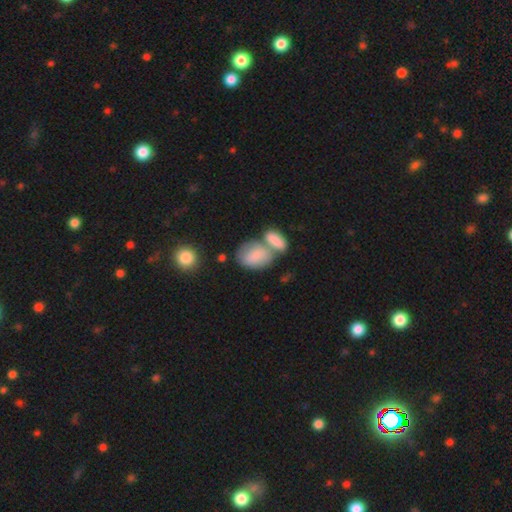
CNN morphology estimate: smooth-or-featured: smooth: 76% | featured or disk: 18% | star or artifact: 6%
  how-rounded: in between: 83% | round: 14% | cigar-shaped: 2%
  merging: merger: 55% | none: 26% | minor disturbance: 12% | major disturbance: 7%